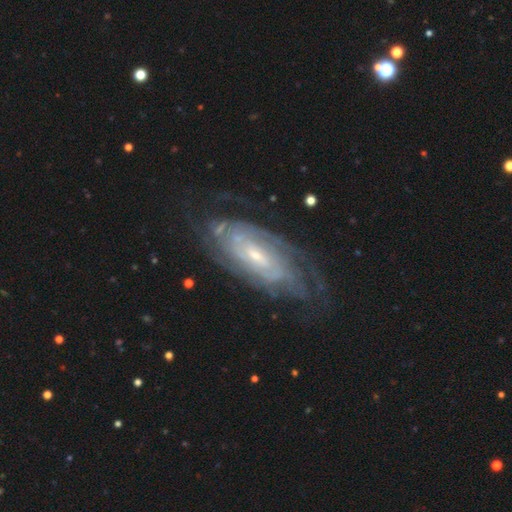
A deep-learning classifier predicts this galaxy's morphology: Smooth or featured? Predicted: featured or disk (p=0.85). Edge-on disk? Predicted: no (p=0.92). Bar? Predicted: no (p=0.45). Spiral arms? Predicted: yes (p=0.95). Spiral winding? Predicted: tight (p=0.74). Spiral arm count? Predicted: can't tell (p=0.48). Bulge size? Predicted: small (p=0.67). Merging? Predicted: none (p=0.74).